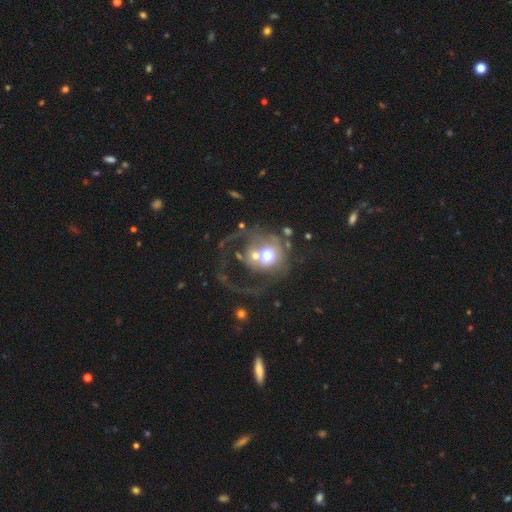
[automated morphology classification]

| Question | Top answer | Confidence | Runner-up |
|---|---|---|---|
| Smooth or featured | featured or disk | 57% | smooth (28%) |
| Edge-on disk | no | 96% | yes (4%) |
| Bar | no | 79% | weak (15%) |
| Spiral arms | no | 51% | yes (49%) |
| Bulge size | moderate | 60% | large (21%) |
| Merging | major disturbance | 44% | none (26%) |